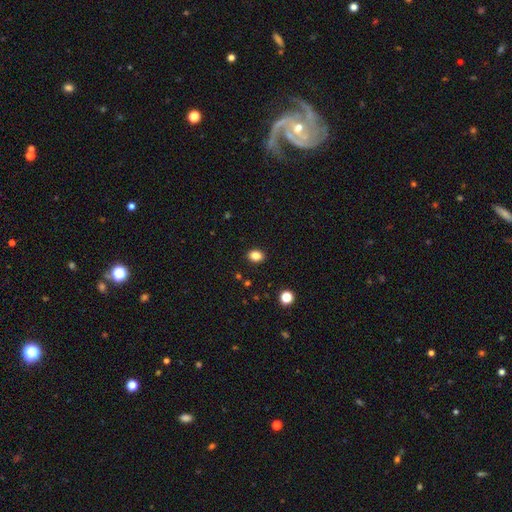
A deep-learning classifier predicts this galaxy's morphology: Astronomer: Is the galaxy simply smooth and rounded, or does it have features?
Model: smooth — 84%.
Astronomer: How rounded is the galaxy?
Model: in between — 65%.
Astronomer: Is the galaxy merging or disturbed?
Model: none — 90%.